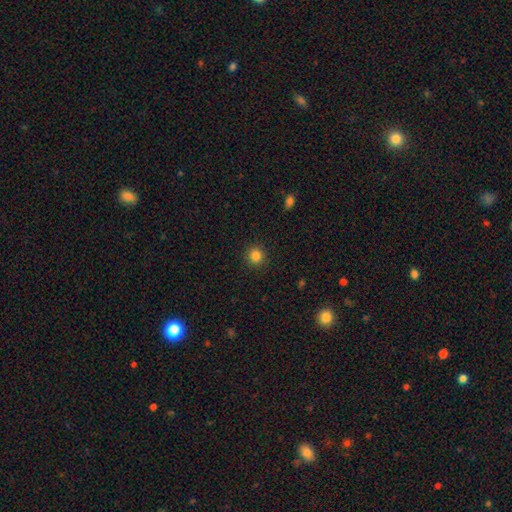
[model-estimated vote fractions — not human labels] The model was most divided on "smooth or featured": smooth: 84%, star or artifact: 12%, featured or disk: 4%. More confident: how rounded — round (93%); merging — none (91%).